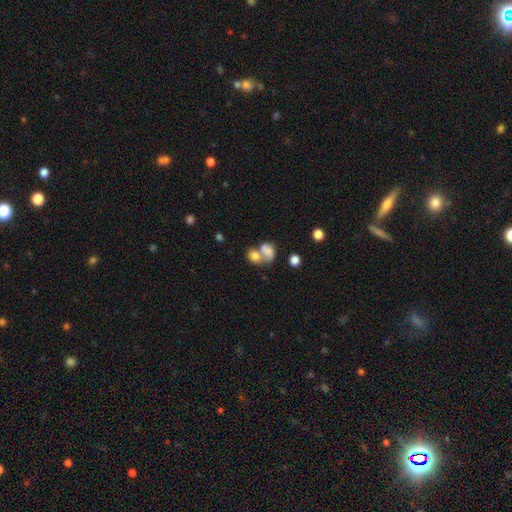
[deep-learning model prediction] Smooth or featured: smooth — 75% (featured or disk — 15%)
How rounded: in between — 64% (round — 34%)
Merging: merger — 64% (none — 22%)